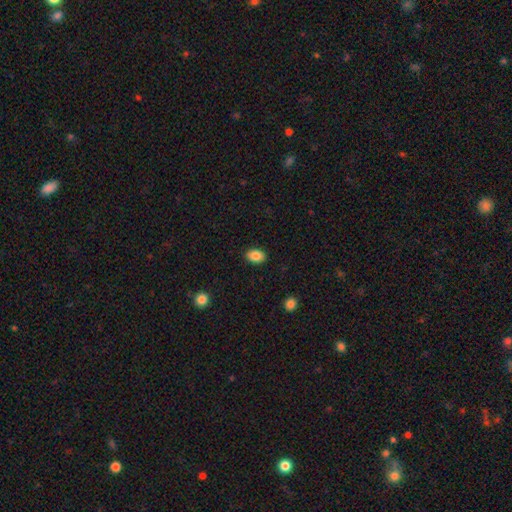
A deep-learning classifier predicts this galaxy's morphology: smooth 87%, star or artifact 8%, featured or disk 5%. Down the decision tree: how rounded — in between (83%); merging — none (89%).